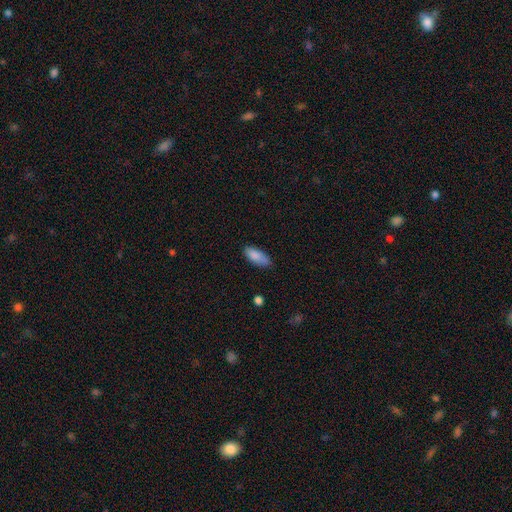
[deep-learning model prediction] The model was most divided on "merging": none: 70%, minor disturbance: 24%, major disturbance: 4%, merger: 2%. More confident: smooth or featured — smooth (86%); how rounded — in between (79%).